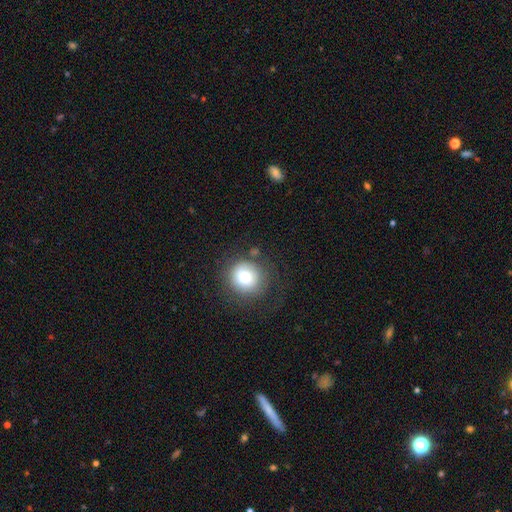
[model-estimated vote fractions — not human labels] Smooth or featured: smooth — 72% (star or artifact — 18%)
How rounded: round — 90% (in between — 9%)
Merging: none — 84% (minor disturbance — 10%)